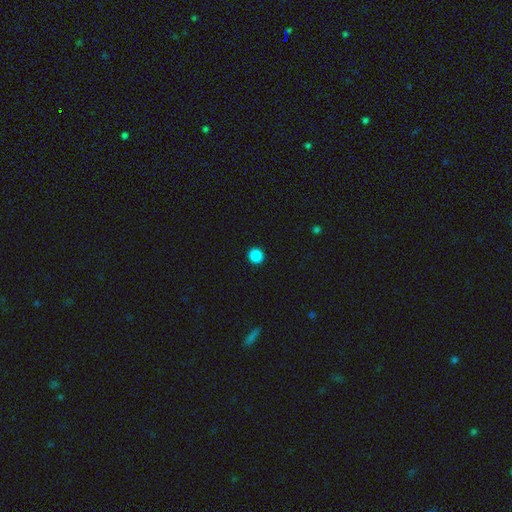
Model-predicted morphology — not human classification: smooth 88%, star or artifact 10%, featured or disk 2%. Down the decision tree: how rounded — round (94%); merging — none (94%).